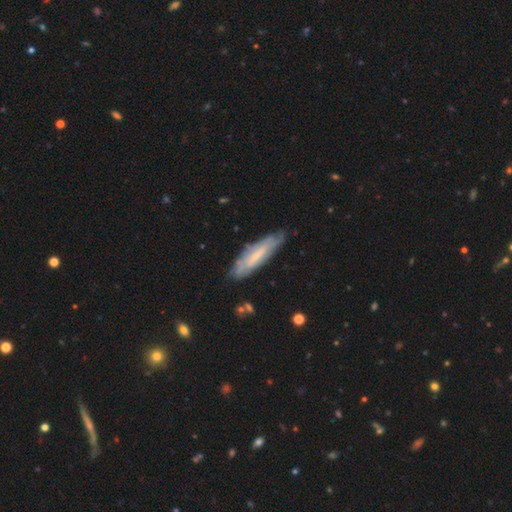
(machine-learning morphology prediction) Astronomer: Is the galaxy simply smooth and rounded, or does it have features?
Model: featured or disk — 48% (runner-up: smooth, 45%).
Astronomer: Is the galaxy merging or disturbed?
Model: none — 78%.